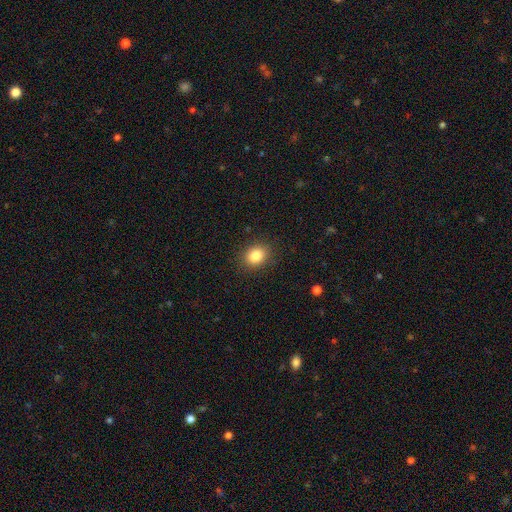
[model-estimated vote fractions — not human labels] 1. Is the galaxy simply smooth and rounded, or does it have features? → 84% smooth, 10% star or artifact, 6% featured or disk.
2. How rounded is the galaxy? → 56% round, 43% in between, 1% cigar-shaped.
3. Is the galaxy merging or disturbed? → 88% none, 8% minor disturbance, 3% major disturbance, 1% merger.